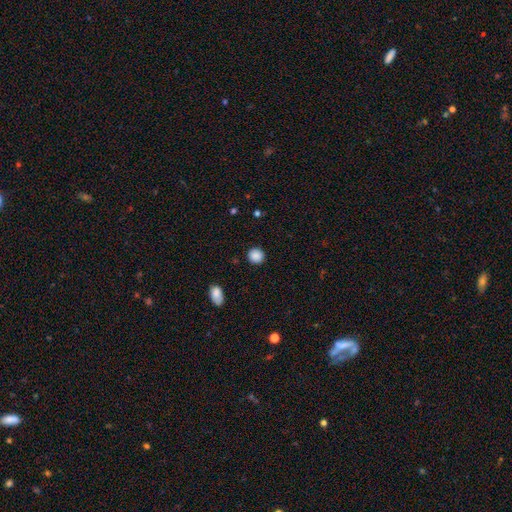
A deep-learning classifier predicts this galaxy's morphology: The model was most divided on "smooth or featured": smooth: 88%, star or artifact: 9%, featured or disk: 3%. More confident: merging — none (91%); how rounded — round (90%).